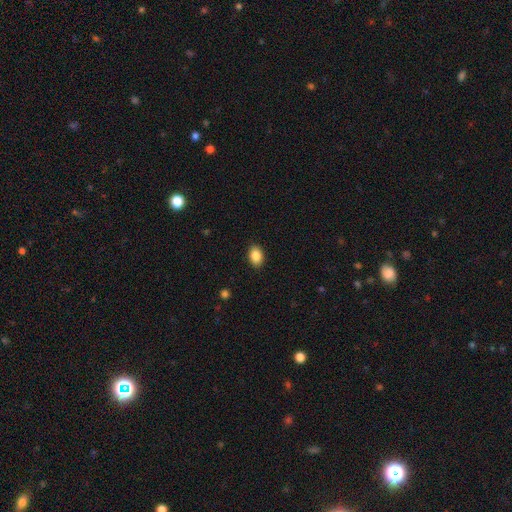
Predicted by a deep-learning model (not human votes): Overall: smooth (87%). How rounded: in between (84%). Merging: none (89%).